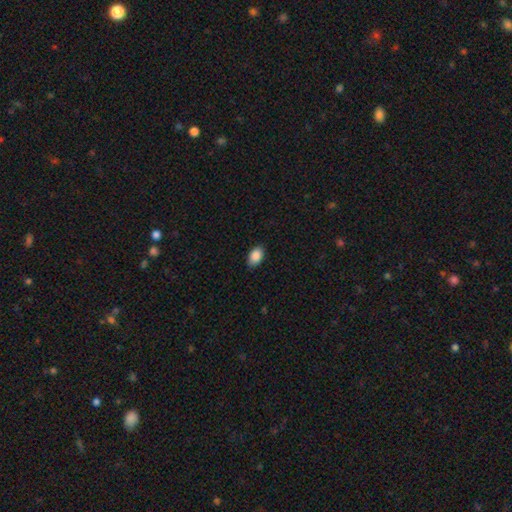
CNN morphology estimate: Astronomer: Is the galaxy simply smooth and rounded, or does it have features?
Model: smooth — 89%.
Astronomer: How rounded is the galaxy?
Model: in between — 90%.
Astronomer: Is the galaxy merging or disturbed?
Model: none — 87%.